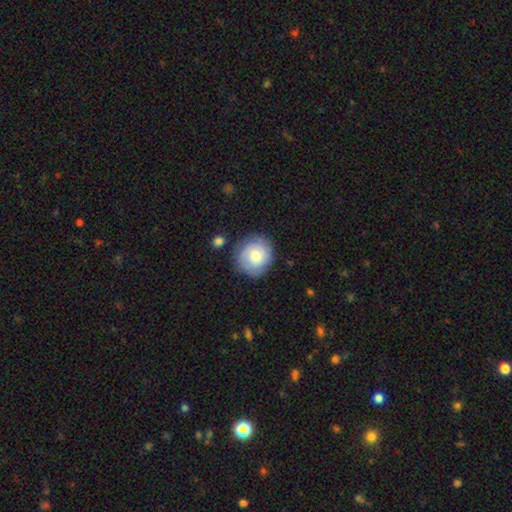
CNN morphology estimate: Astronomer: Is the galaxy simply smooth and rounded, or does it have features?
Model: smooth — 59%.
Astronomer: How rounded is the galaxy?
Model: round — 86%.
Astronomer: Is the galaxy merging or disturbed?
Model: none — 80%.